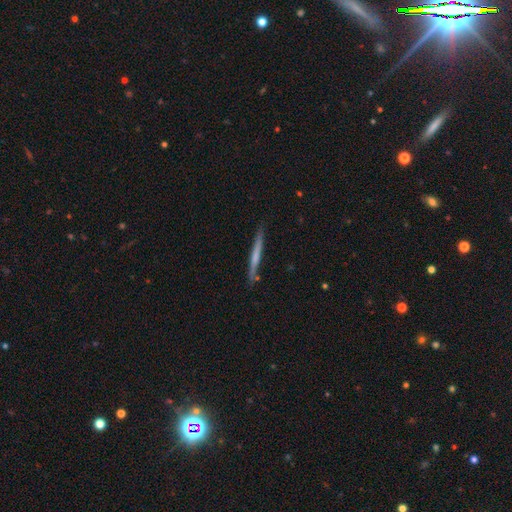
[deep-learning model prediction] smooth 49%, featured or disk 46%, star or artifact 5%. Down the decision tree: merging — none (85%).